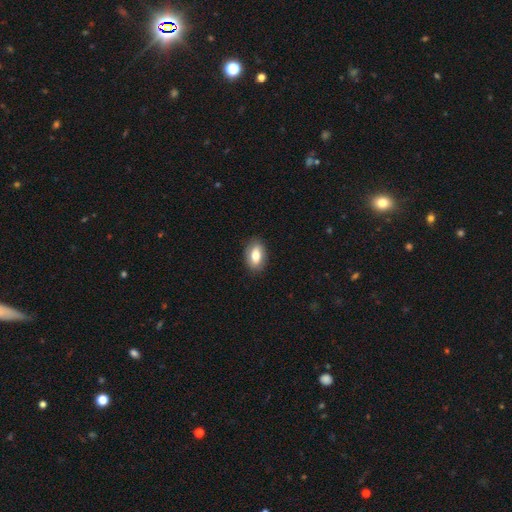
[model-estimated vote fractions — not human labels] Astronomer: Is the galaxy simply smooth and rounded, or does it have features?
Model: smooth — 76%.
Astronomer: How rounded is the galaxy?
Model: in between — 90%.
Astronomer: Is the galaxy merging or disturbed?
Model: none — 87%.